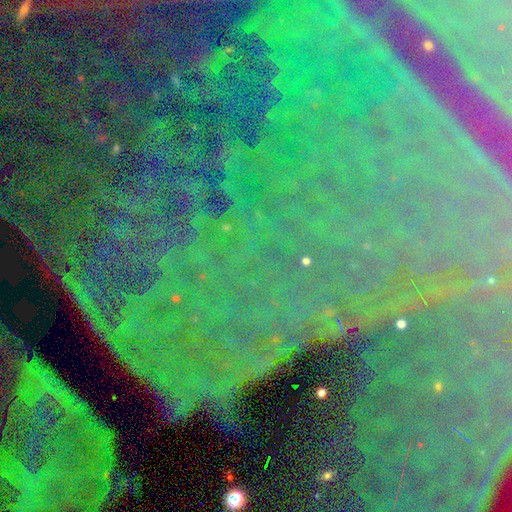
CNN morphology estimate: Smooth or featured? star or artifact (85%)